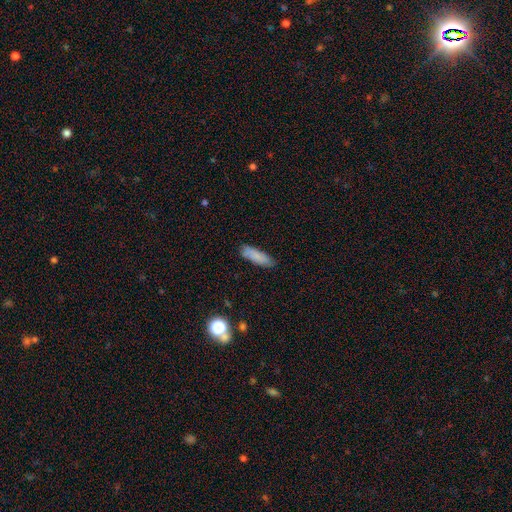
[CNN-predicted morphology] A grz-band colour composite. It shows a smooth galaxy with no disk features (82%) that is cigar-shaped (50%). Merging: none (81%).